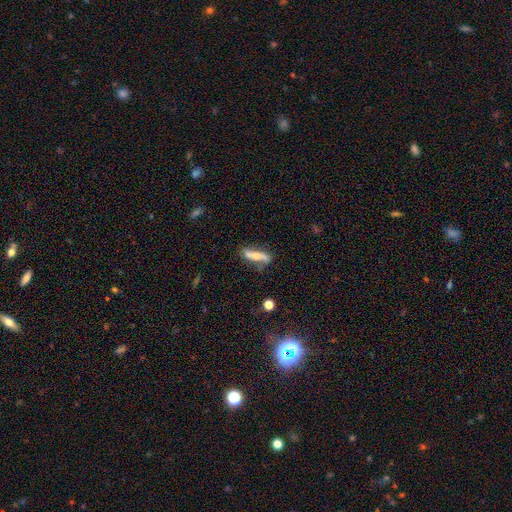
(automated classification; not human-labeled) This appears to be a featured or disk galaxy (53%). Merging: none (63%).